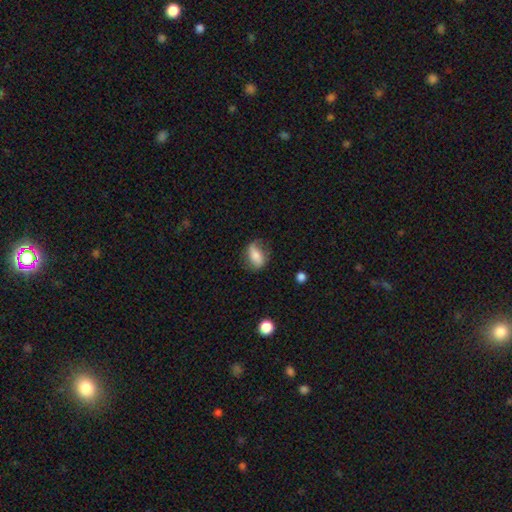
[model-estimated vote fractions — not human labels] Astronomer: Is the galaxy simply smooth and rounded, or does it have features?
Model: smooth — 59%.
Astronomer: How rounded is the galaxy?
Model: in between — 79%.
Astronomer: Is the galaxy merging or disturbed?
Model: none — 64%.